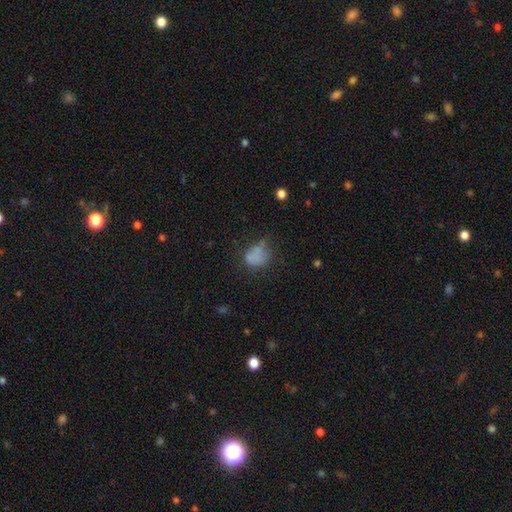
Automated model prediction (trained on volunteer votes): This is likely a smooth galaxy (72%). How rounded: possibly round (50%). Merging: marginally none (45%).